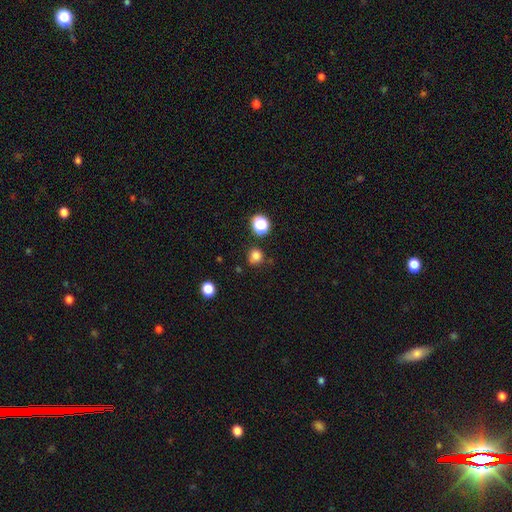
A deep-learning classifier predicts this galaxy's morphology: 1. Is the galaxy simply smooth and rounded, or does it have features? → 78% smooth, 17% star or artifact, 5% featured or disk.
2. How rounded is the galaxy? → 86% round, 13% in between, 1% cigar-shaped.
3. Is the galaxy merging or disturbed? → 75% none, 15% minor disturbance, 5% merger, 4% major disturbance.